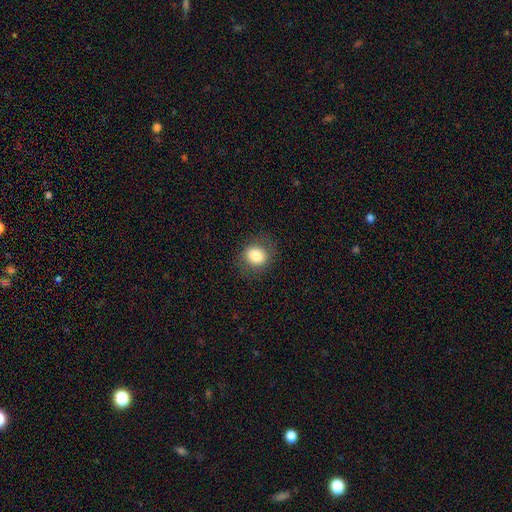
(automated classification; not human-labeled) smooth-or-featured: smooth: 80% | featured or disk: 10% | star or artifact: 10%
  how-rounded: round: 76% | in between: 23% | cigar-shaped: 1%
  merging: none: 84% | minor disturbance: 10% | major disturbance: 5% | merger: 1%